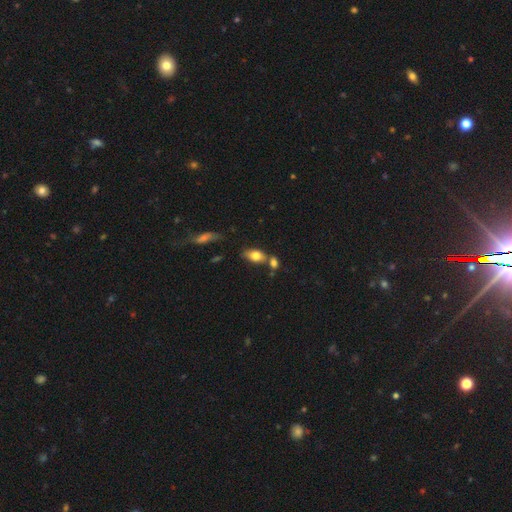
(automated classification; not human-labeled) Q: Smooth or featured?
A: smooth (78%); runner-up: featured or disk (14%)
Q: How rounded?
A: in between (86%); runner-up: round (9%)
Q: Merging?
A: none (56%); runner-up: merger (26%)